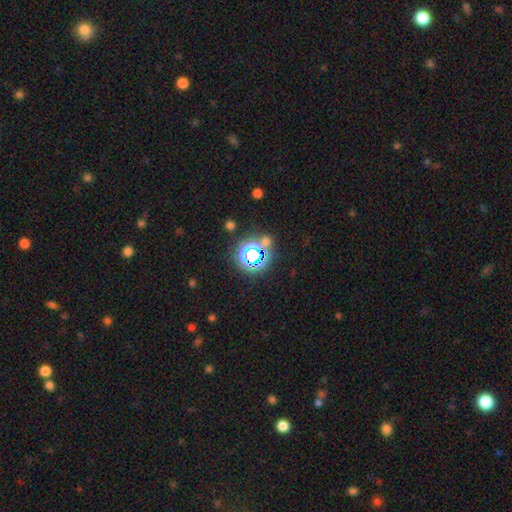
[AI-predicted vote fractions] Q: Smooth or featured?
A: star or artifact (72%); runner-up: smooth (20%)